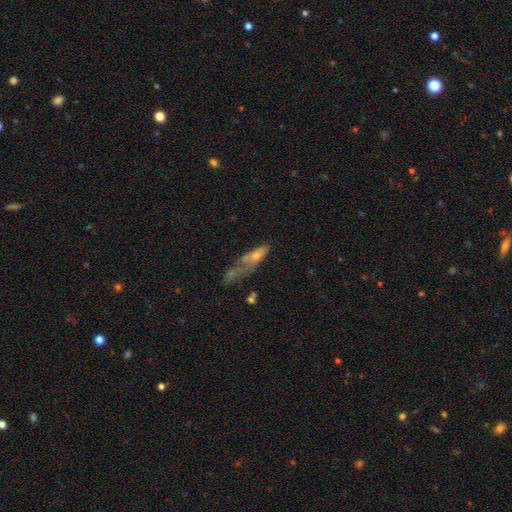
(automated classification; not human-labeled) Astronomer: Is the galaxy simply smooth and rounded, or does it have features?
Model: smooth — 45% (runner-up: featured or disk, 42%).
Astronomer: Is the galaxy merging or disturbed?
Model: merger — 32% (runner-up: major disturbance, 29%).